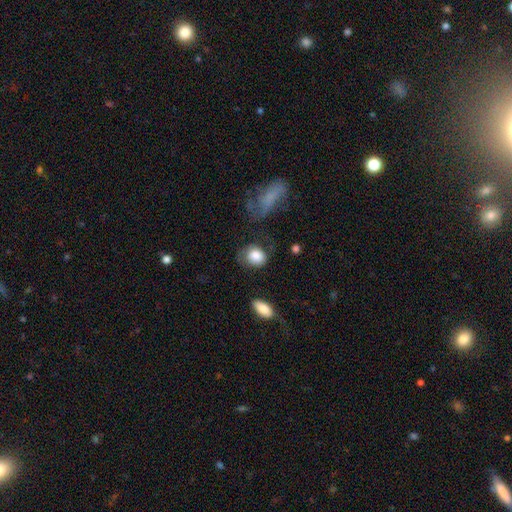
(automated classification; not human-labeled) Morphology: type=smooth (82%); roundness=round (58%); merging=none (49%).